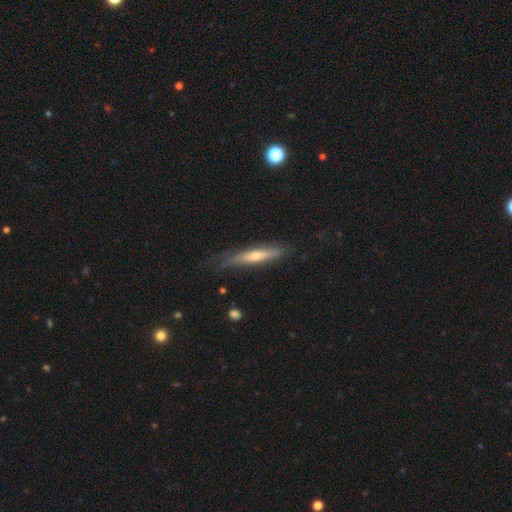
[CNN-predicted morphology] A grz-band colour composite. It shows a featured or disk galaxy (51%) viewed edge-on (87%). Merging: none (69%).